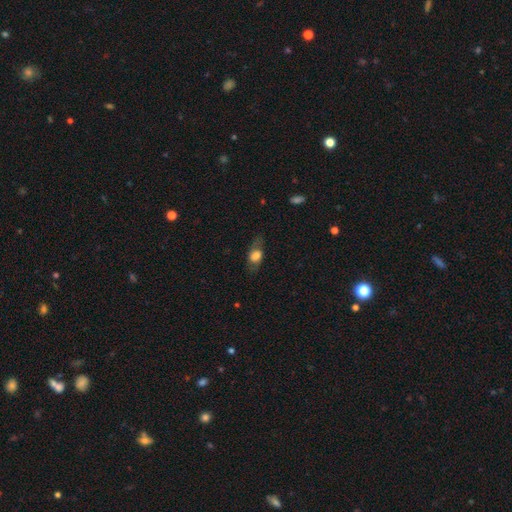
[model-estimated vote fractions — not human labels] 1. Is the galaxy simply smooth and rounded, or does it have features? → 58% smooth, 33% featured or disk, 8% star or artifact.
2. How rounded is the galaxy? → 75% in between, 13% cigar-shaped, 12% round.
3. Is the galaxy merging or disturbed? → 69% none, 19% minor disturbance, 10% major disturbance, 1% merger.